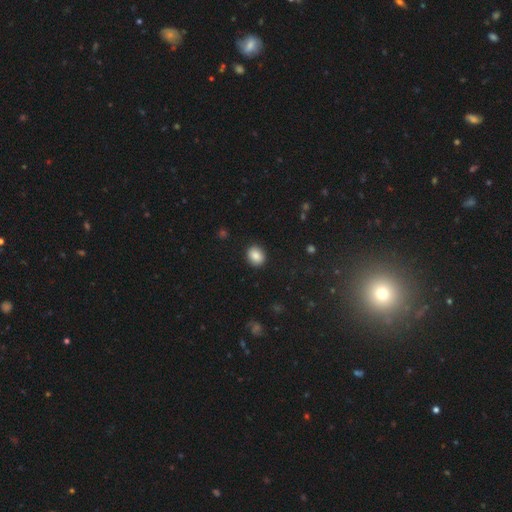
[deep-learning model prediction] Overall: smooth (87%). How rounded: round (57%; in between 42%). Merging: none (89%).